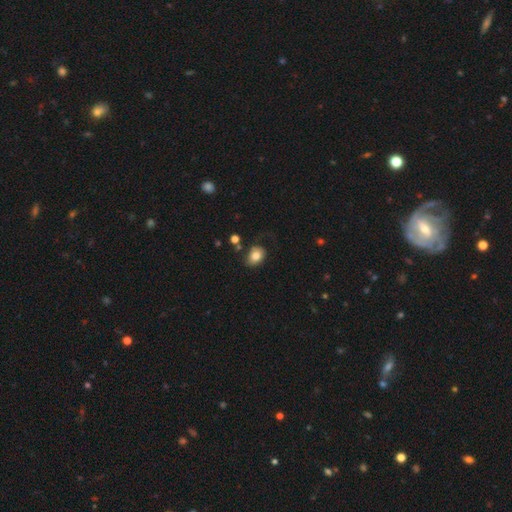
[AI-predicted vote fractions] smooth 81%, featured or disk 10%, star or artifact 9%. Down the decision tree: how rounded — in between (63%); merging — none (64%).